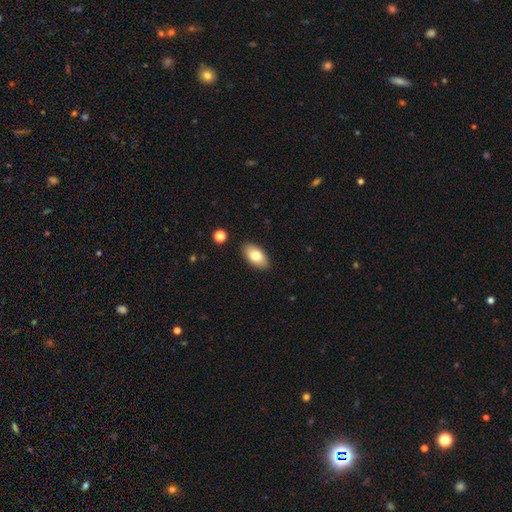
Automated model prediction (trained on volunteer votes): This appears to be a smooth galaxy with no disk features (78%) that is in between round and cigar-shaped (93%). Merging: none (89%).